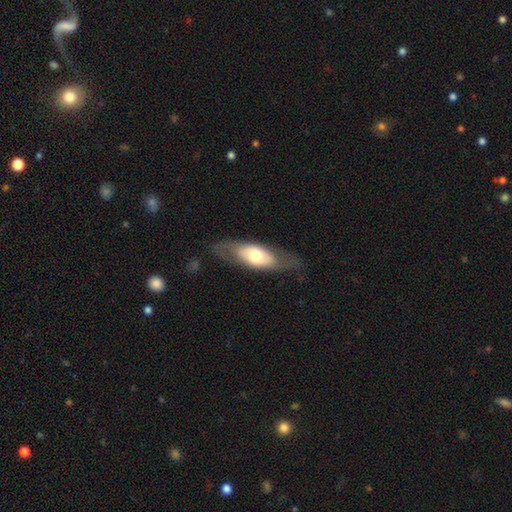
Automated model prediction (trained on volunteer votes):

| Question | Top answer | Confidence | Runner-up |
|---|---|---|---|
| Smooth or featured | featured or disk | 50% | smooth (44%) |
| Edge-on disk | no | 72% | yes (28%) |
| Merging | none | 70% | minor disturbance (18%) |